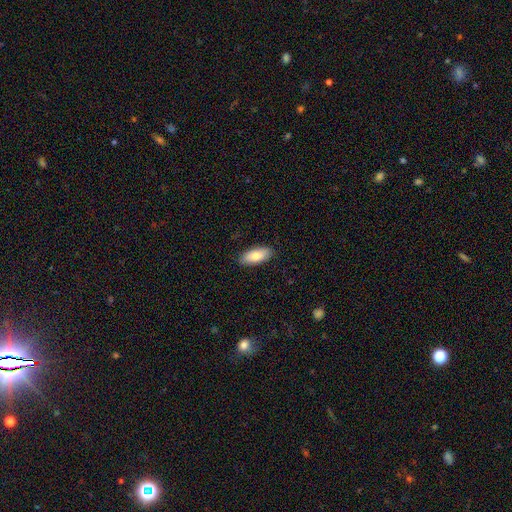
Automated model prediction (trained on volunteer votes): Smooth or featured? Predicted: smooth (p=0.80). How rounded? Predicted: in between (p=0.84). Merging? Predicted: none (p=0.88).